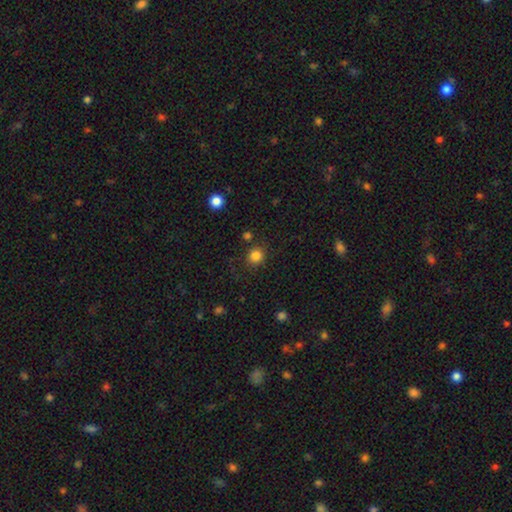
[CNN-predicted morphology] A smooth galaxy with no disk features (84%) that is round (88%). Merging: none (85%).